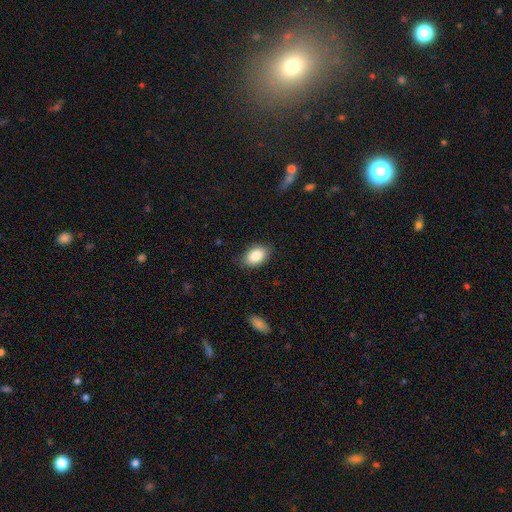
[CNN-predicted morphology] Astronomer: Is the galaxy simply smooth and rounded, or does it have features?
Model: smooth — 87%.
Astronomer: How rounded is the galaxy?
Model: in between — 91%.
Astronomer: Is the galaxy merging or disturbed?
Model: none — 83%.